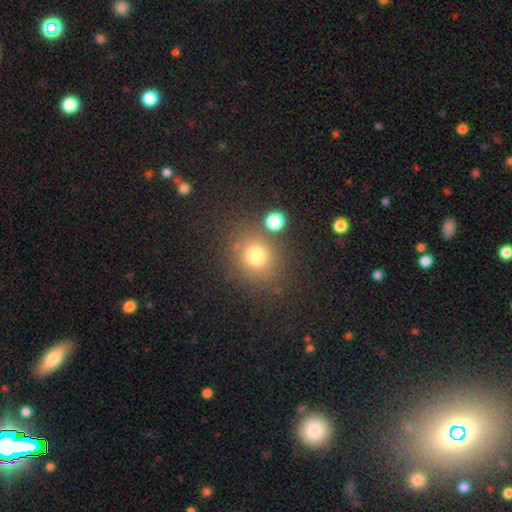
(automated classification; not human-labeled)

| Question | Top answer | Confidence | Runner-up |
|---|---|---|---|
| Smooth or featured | smooth | 75% | star or artifact (16%) |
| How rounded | round | 80% | in between (19%) |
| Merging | none | 76% | minor disturbance (11%) |